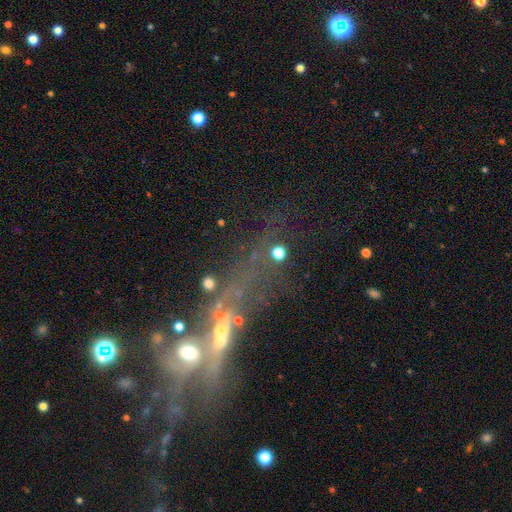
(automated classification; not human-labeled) A featured or disk galaxy (40%). Merging: merger (41%).